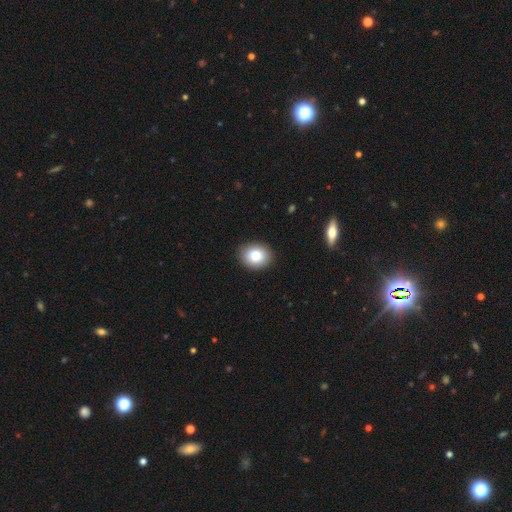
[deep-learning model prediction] Smooth or featured?
  - smooth: 83% *
  - featured or disk: 9%
  - star or artifact: 8%
How rounded?
  - in between: 53% *
  - round: 46%
  - cigar-shaped: 1%
Merging?
  - none: 89% *
  - minor disturbance: 8%
  - major disturbance: 2%
  - merger: 1%